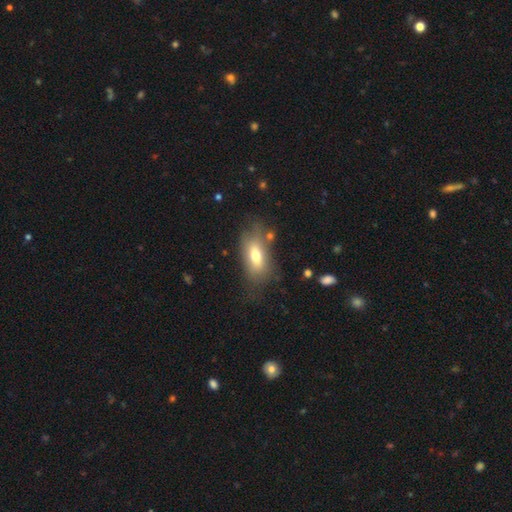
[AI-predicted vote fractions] A smooth galaxy with no disk features (67%) that is in between round and cigar-shaped (84%). Merging: none (64%).